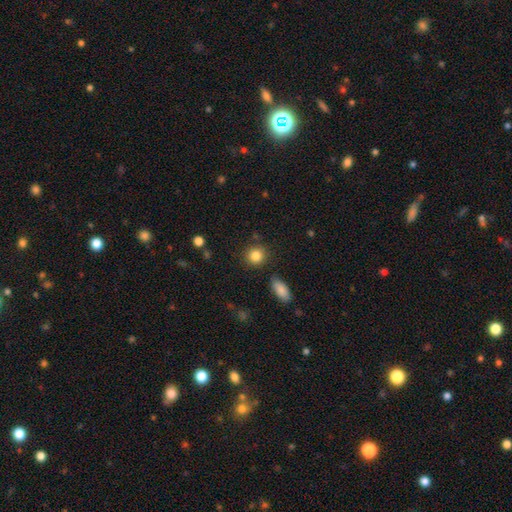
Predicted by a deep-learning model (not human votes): smooth 85%, star or artifact 9%, featured or disk 5%. Down the decision tree: how rounded — round (87%); merging — none (86%).